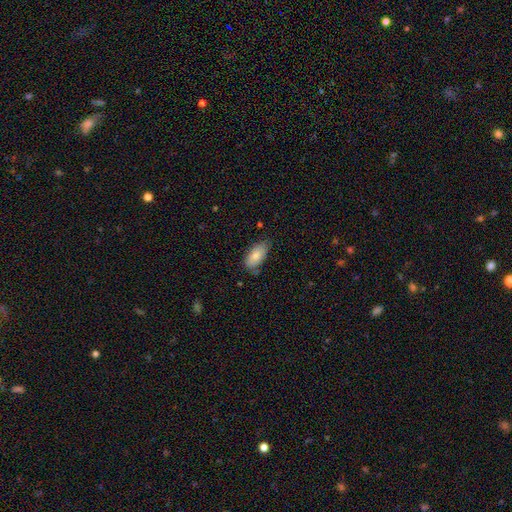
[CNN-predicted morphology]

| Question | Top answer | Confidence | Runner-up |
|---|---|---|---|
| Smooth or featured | smooth | 78% | featured or disk (15%) |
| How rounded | in between | 91% | cigar-shaped (6%) |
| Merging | none | 65% | minor disturbance (28%) |